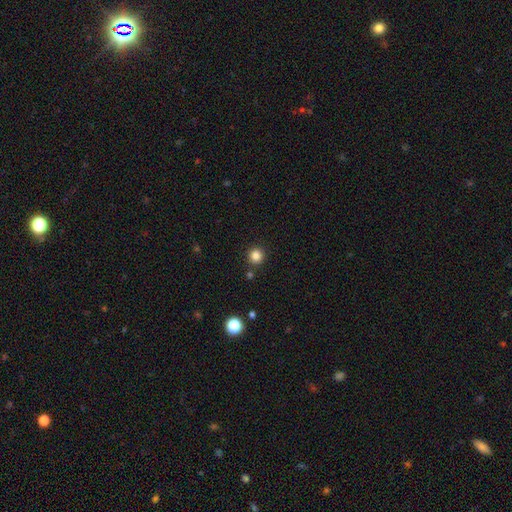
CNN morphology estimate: smooth_or_featured: smooth (p=0.83) [alt: star or artifact p=0.13]
how_rounded: round (p=0.94) [alt: in between p=0.05]
merging: none (p=0.88) [alt: minor disturbance p=0.06]